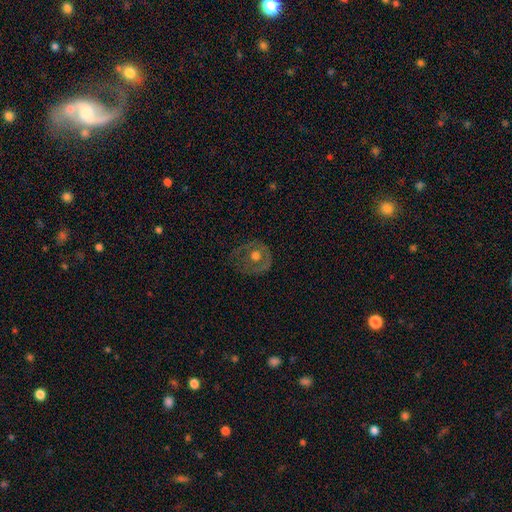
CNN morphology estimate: Smooth or featured? featured or disk (48%)
Merging? none (62%)